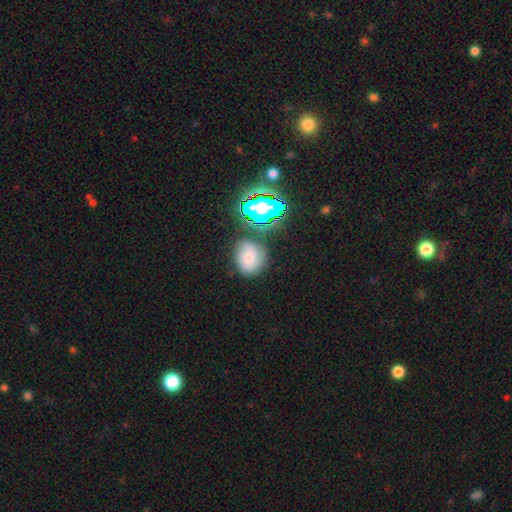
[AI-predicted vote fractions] smooth 47%, star or artifact 34%, featured or disk 19%. Down the decision tree: merging — none (72%).